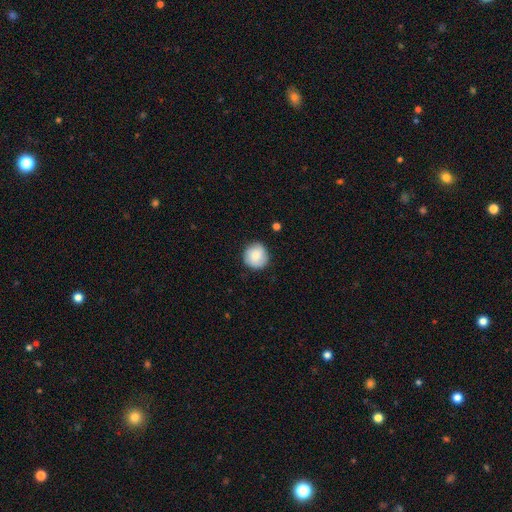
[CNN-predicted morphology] smooth-or-featured: smooth: 81% | featured or disk: 12% | star or artifact: 7%
  how-rounded: round: 93% | in between: 6% | cigar-shaped: 1%
  merging: none: 84% | minor disturbance: 12% | major disturbance: 2% | merger: 1%